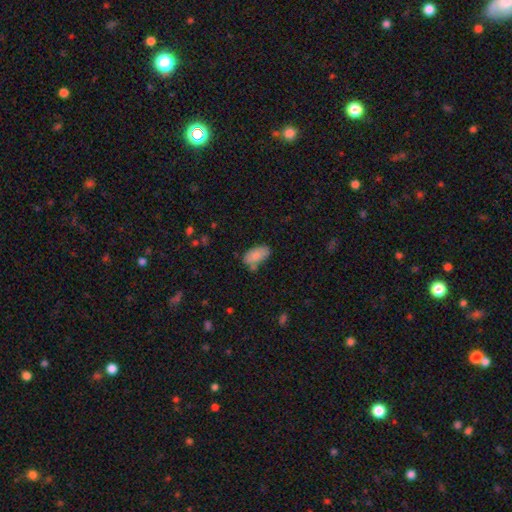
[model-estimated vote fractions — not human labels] This is clearly a smooth galaxy (83%). How rounded: clearly in between (93%). Merging: possibly none (58%).